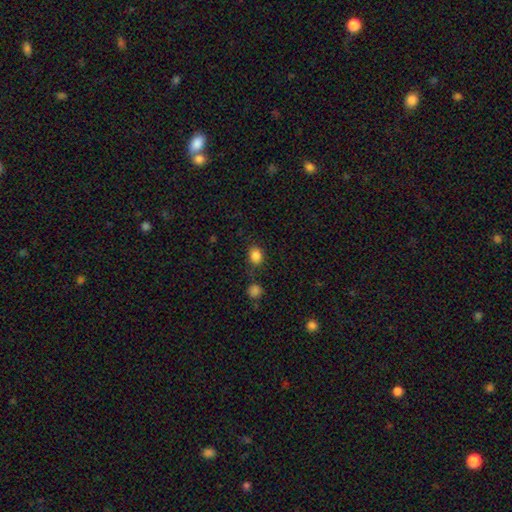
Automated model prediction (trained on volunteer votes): smooth_or_featured: smooth (p=0.84) [alt: star or artifact p=0.12]
how_rounded: round (p=0.56) [alt: in between p=0.43]
merging: none (p=0.77) [alt: minor disturbance p=0.14]